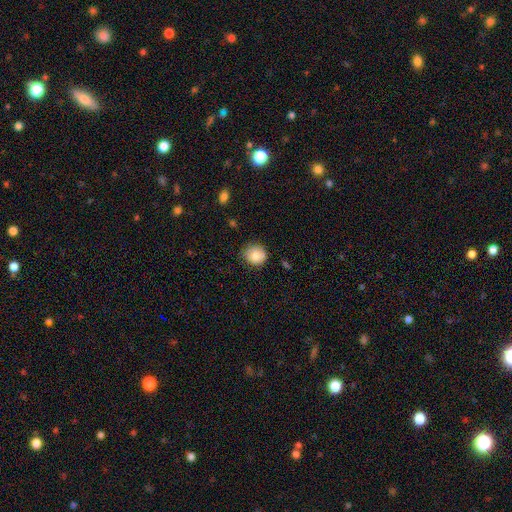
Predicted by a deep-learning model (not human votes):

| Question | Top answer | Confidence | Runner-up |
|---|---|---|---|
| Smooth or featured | smooth | 81% | featured or disk (11%) |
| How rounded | round | 84% | in between (15%) |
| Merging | none | 71% | minor disturbance (22%) |